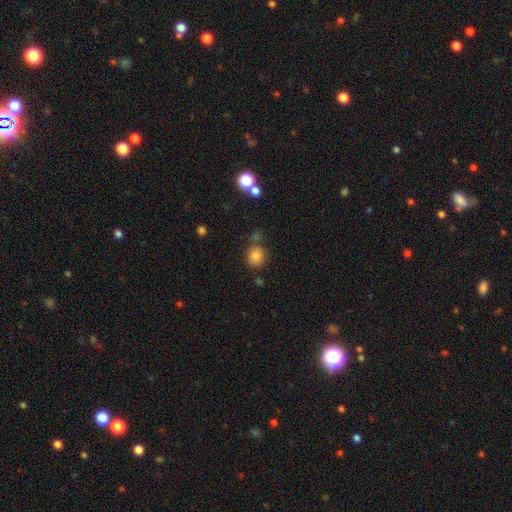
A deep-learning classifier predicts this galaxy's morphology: type=smooth (80%); roundness=round (81%); merging=none (69%).